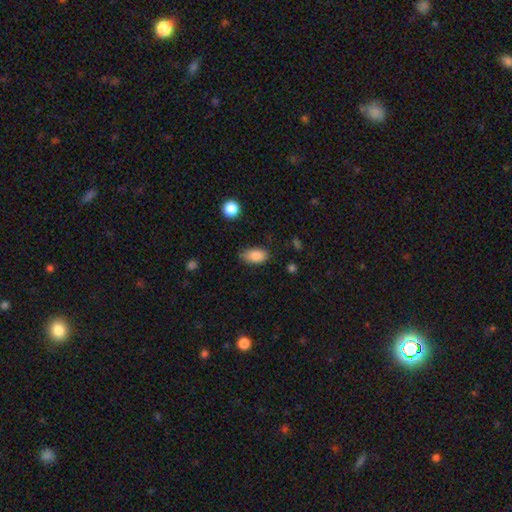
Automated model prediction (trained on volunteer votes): This appears to be a smooth galaxy with no disk features (85%) that is in between round and cigar-shaped (92%). Merging: none (74%).